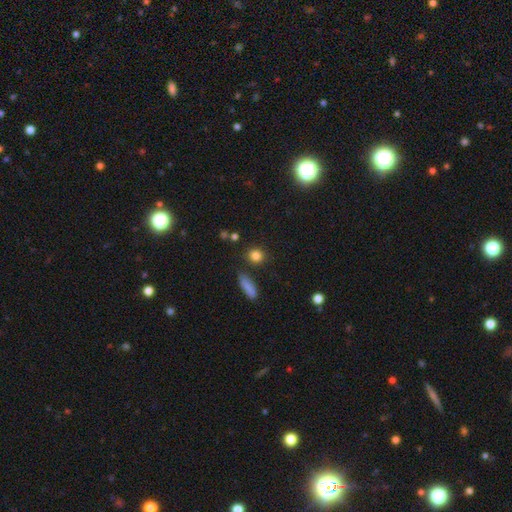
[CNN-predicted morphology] Q: Smooth or featured?
A: smooth (83%); runner-up: star or artifact (11%)
Q: How rounded?
A: round (78%); runner-up: in between (18%)
Q: Merging?
A: none (84%); runner-up: minor disturbance (9%)